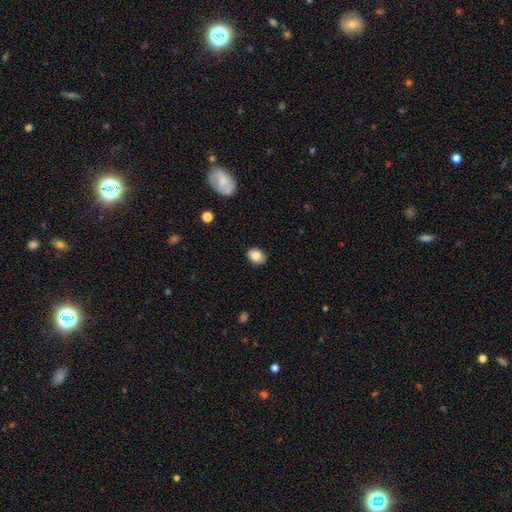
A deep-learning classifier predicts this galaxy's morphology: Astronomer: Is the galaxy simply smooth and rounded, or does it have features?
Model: smooth — 84%.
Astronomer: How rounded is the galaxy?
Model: in between — 61% (runner-up: round, 38%).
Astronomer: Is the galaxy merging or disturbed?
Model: none — 81%.